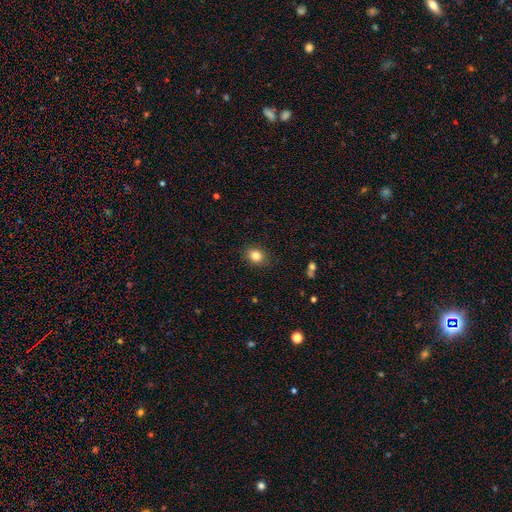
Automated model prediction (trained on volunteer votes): Smooth or featured? smooth (83%)
How rounded? round (53%)
Merging? none (87%)